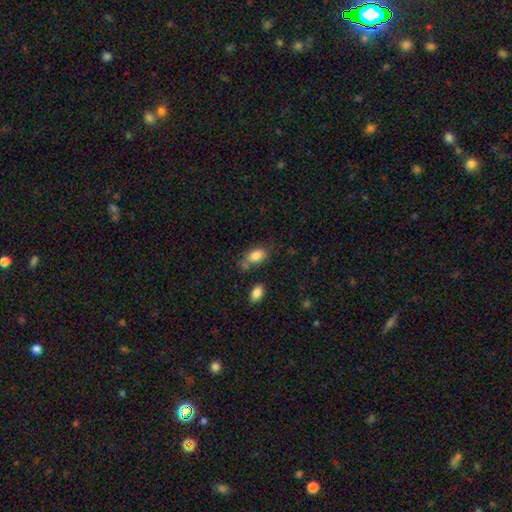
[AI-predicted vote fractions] Overall: smooth (83%). How rounded: in between (91%). Merging: none (58%; minor disturbance 21%).